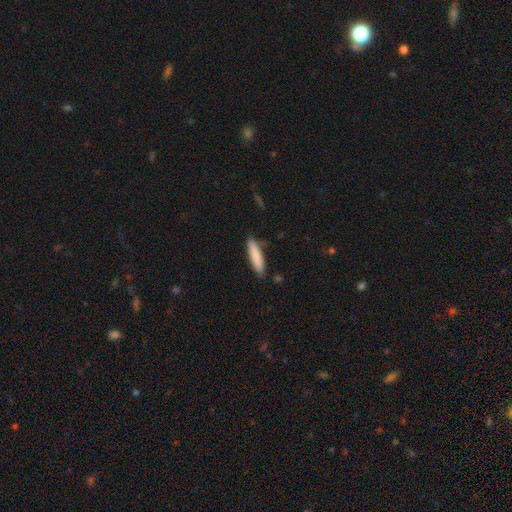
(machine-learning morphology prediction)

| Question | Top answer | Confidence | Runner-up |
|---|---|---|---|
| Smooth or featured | smooth | 84% | featured or disk (10%) |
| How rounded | cigar-shaped | 82% | in between (17%) |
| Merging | none | 82% | minor disturbance (14%) |